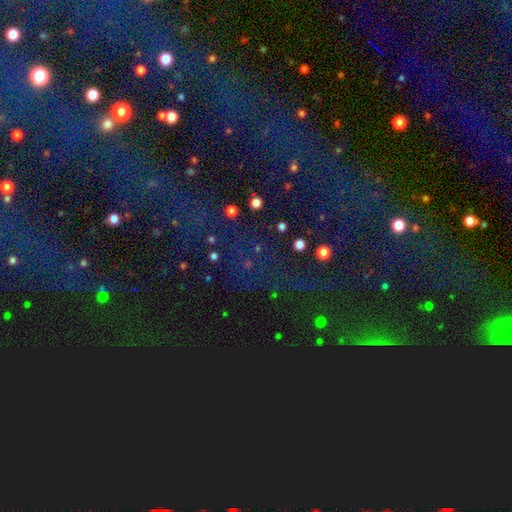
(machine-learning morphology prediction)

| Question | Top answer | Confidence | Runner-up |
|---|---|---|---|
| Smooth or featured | star or artifact | 83% | smooth (9%) |